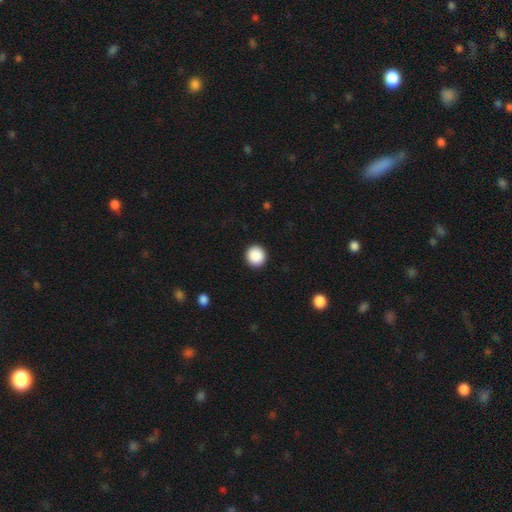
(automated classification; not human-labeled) Overall: smooth (90%). How rounded: round (92%). Merging: none (93%).